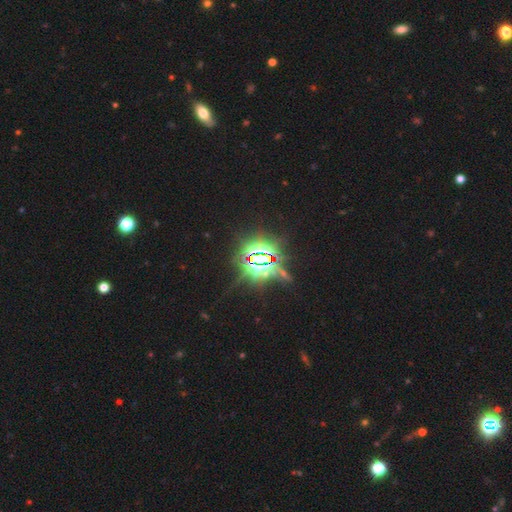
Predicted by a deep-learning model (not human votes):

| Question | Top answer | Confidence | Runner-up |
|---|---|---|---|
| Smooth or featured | star or artifact | 84% | featured or disk (8%) |